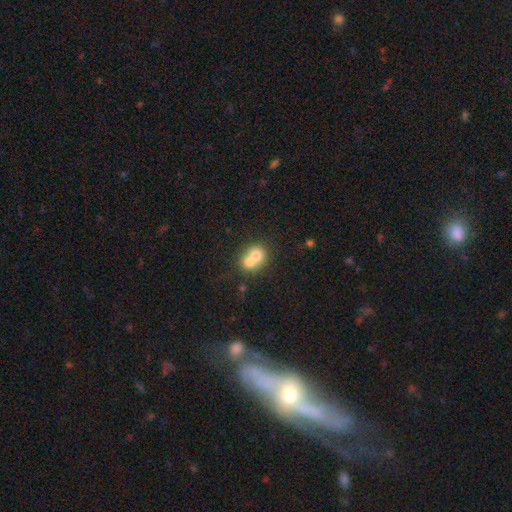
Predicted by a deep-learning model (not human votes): Smooth or featured? smooth (68%)
How rounded? round (73%)
Merging? merger (69%)